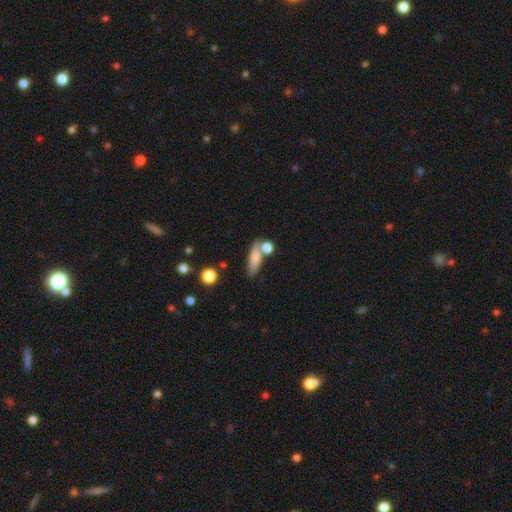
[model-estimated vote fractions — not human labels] This appears to be a smooth galaxy with no disk features (74%) that is in between round and cigar-shaped (48%). Merging: none (57%).